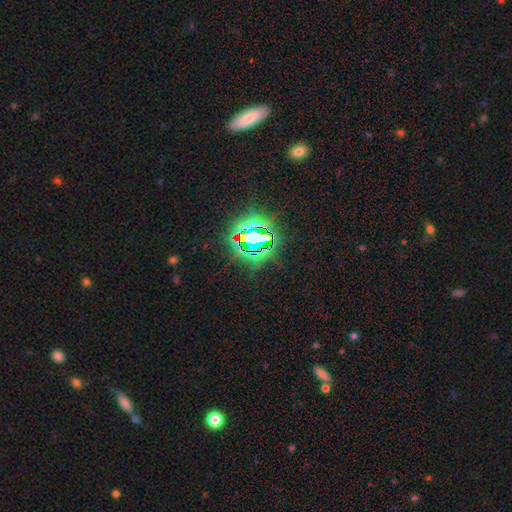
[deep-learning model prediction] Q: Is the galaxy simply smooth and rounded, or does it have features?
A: star or artifact — 82%.